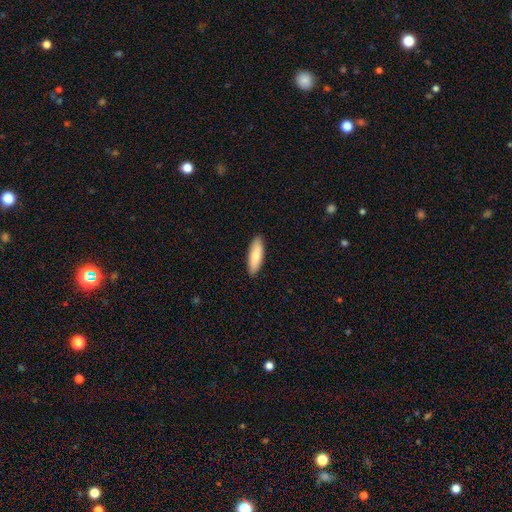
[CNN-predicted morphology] Smooth or featured: smooth — 82% (featured or disk — 12%)
How rounded: in between — 54% (cigar-shaped — 44%)
Merging: none — 90% (minor disturbance — 7%)